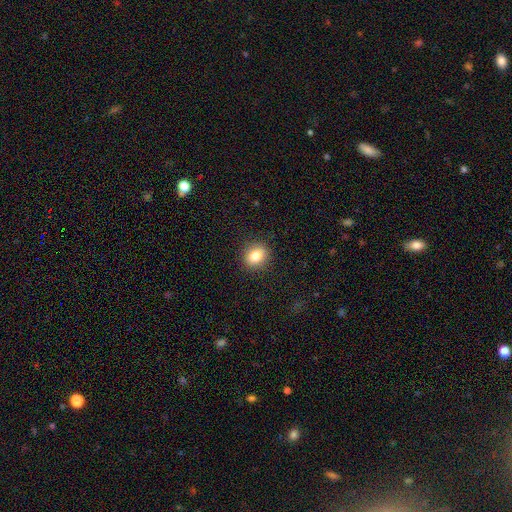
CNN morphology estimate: smooth-or-featured: smooth: 81% | star or artifact: 10% | featured or disk: 9%
  how-rounded: round: 69% | in between: 30% | cigar-shaped: 1%
  merging: none: 90% | minor disturbance: 7% | major disturbance: 2% | merger: 1%